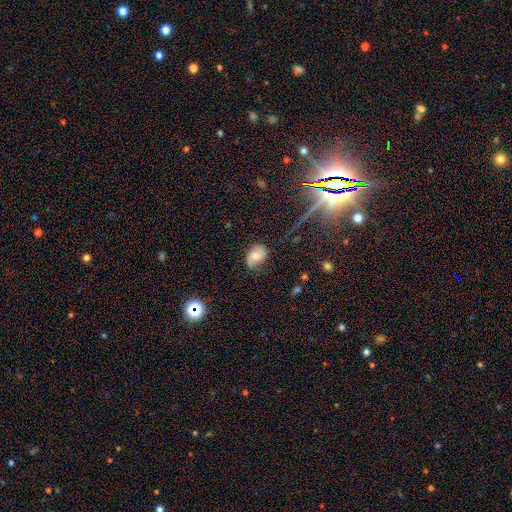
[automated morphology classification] A smooth galaxy with no disk features (53%) that is in between round and cigar-shaped (68%). Merging: none (64%).